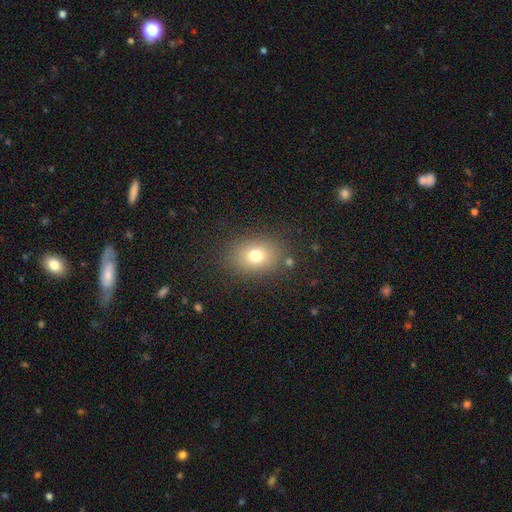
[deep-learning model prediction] Smooth or featured? Predicted: smooth (p=0.76). How rounded? Predicted: in between (p=0.64). Merging? Predicted: none (p=0.84).